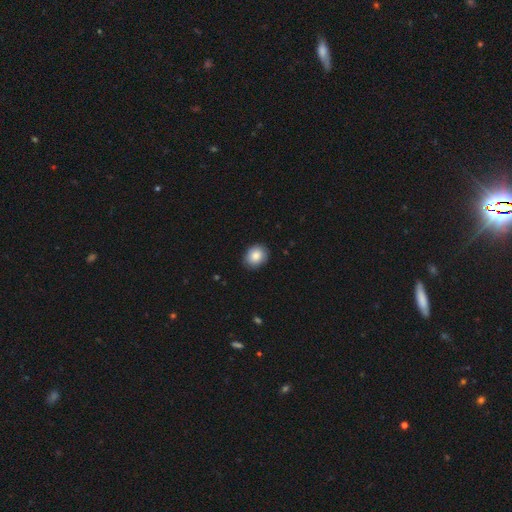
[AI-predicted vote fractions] This appears to be a smooth galaxy with no disk features (85%) that is round (54%). Merging: none (87%).